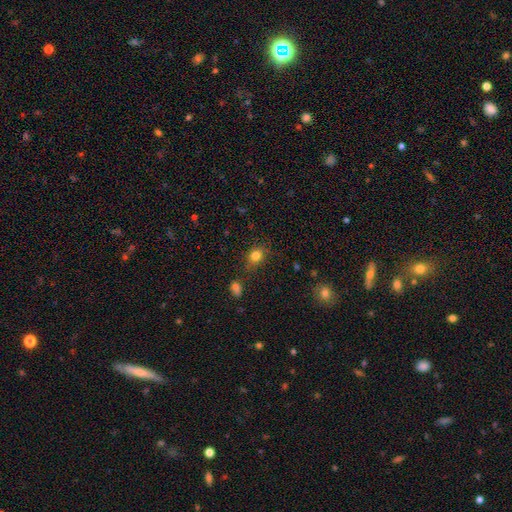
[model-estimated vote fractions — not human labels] smooth-or-featured: smooth: 81% | star or artifact: 13% | featured or disk: 7%
  how-rounded: round: 58% | in between: 40% | cigar-shaped: 1%
  merging: none: 74% | minor disturbance: 17% | major disturbance: 5% | merger: 4%